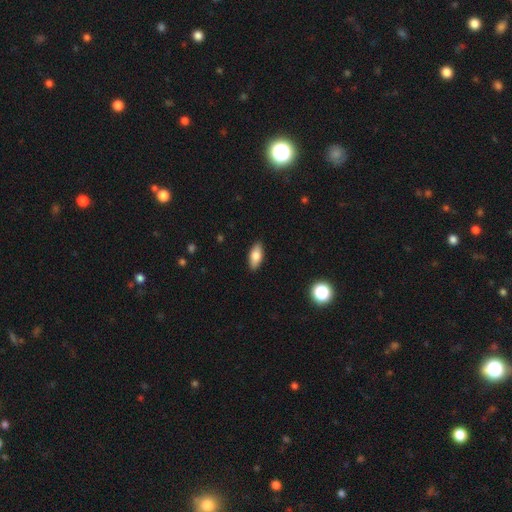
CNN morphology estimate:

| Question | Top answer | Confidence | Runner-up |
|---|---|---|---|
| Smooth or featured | smooth | 79% | featured or disk (14%) |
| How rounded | in between | 85% | cigar-shaped (12%) |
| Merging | none | 89% | minor disturbance (9%) |